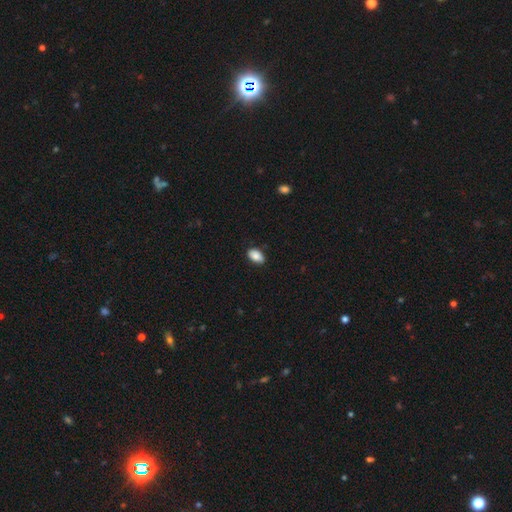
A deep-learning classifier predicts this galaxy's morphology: Overall: smooth (87%). How rounded: in between (91%). Merging: none (84%).